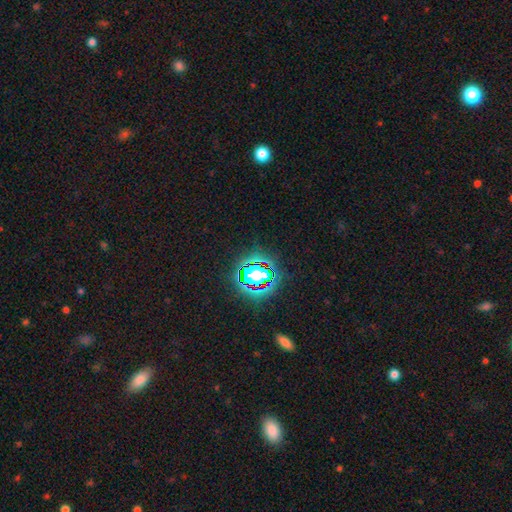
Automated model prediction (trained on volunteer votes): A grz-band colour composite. It shows a star or artifact, not a galaxy (79%).